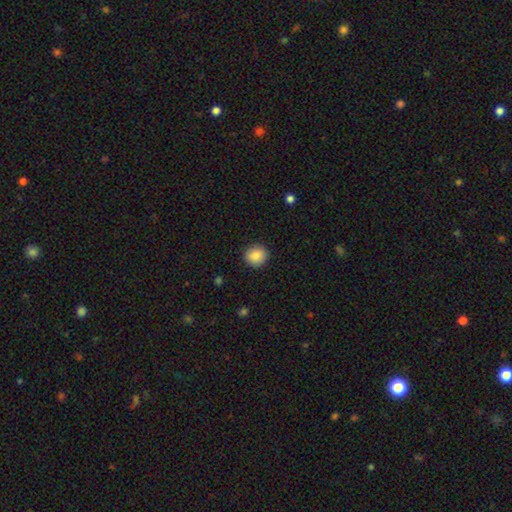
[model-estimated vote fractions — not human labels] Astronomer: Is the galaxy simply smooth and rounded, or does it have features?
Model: smooth — 87%.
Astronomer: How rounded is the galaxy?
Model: round — 88%.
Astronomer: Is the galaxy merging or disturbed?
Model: none — 90%.